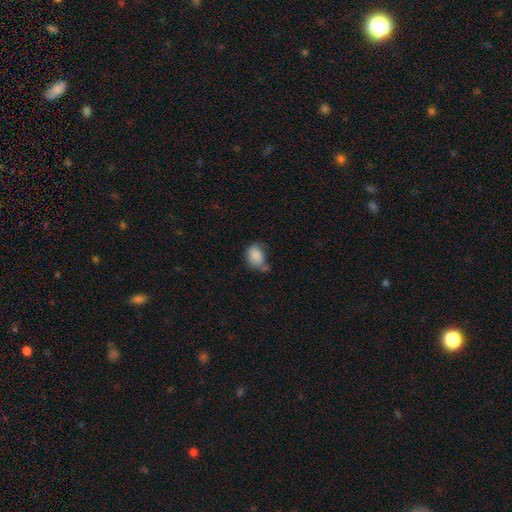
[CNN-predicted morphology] The model was most divided on "merging": none: 43%, minor disturbance: 31%, merger: 14%, major disturbance: 12%. More confident: smooth or featured — smooth (85%); how rounded — in between (68%).